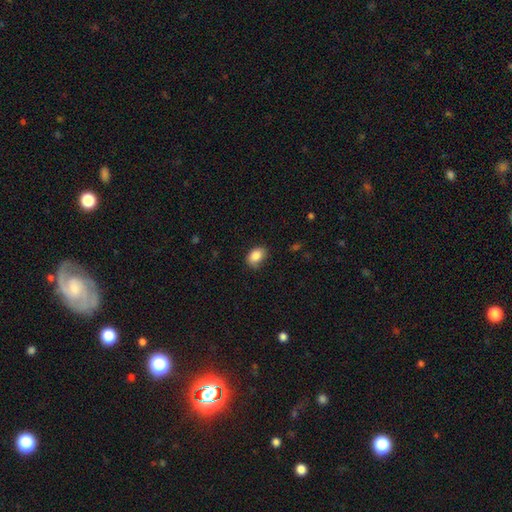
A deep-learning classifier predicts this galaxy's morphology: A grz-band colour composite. It shows a smooth galaxy with no disk features (86%) that is in between round and cigar-shaped (81%). Merging: none (76%).